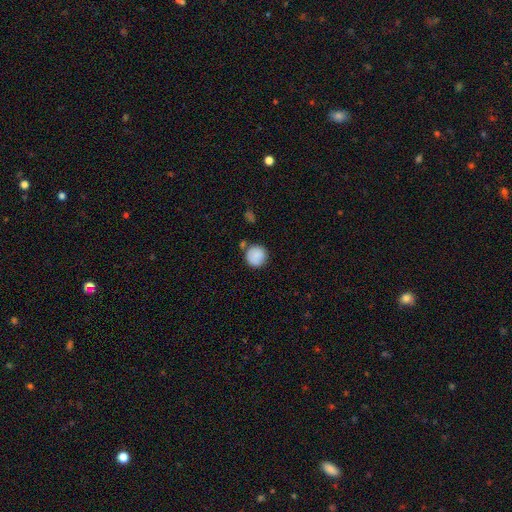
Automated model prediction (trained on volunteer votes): smooth 88%, star or artifact 7%, featured or disk 5%. Down the decision tree: how rounded — round (93%); merging — none (76%).